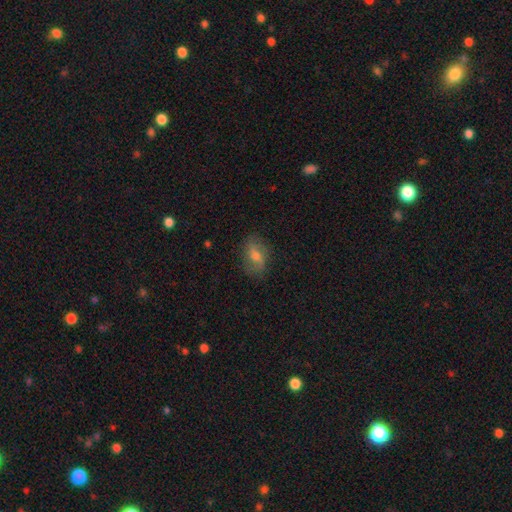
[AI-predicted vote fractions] smooth 52%, featured or disk 38%, star or artifact 9%. Down the decision tree: how rounded — in between (82%); merging — none (78%).